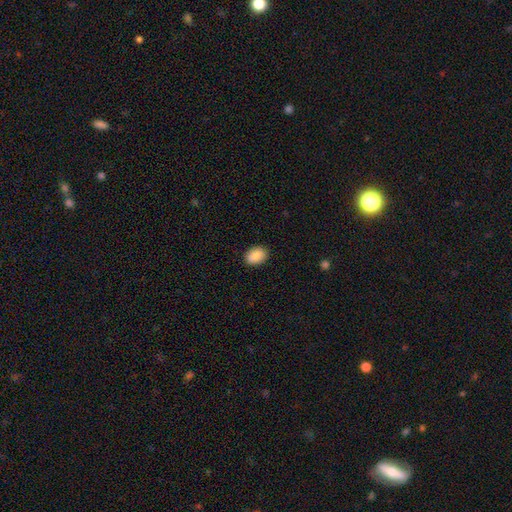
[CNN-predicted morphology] type=smooth (87%); roundness=in between (77%); merging=none (89%).